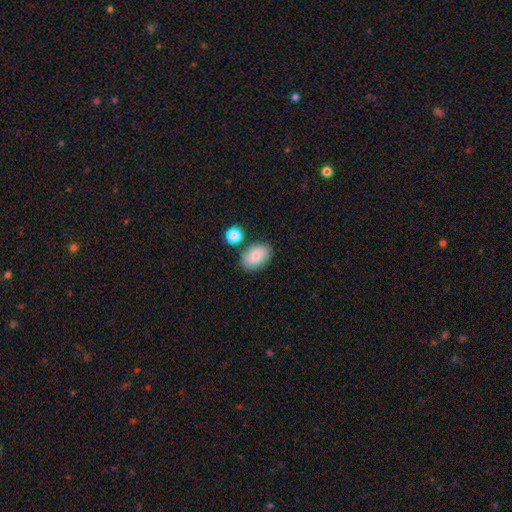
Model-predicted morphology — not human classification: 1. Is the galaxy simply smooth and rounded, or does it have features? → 81% smooth, 11% featured or disk, 7% star or artifact.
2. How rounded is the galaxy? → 88% in between, 11% round, 1% cigar-shaped.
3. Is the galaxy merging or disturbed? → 76% none, 14% minor disturbance, 7% merger, 3% major disturbance.